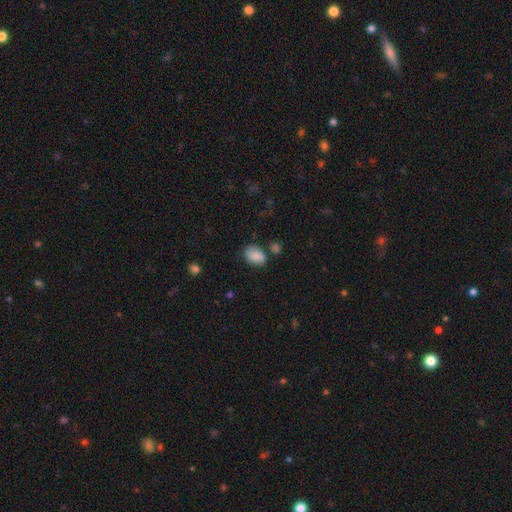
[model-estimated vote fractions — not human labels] smooth 86%, star or artifact 8%, featured or disk 6%. Down the decision tree: how rounded — in between (77%); merging — none (65%).